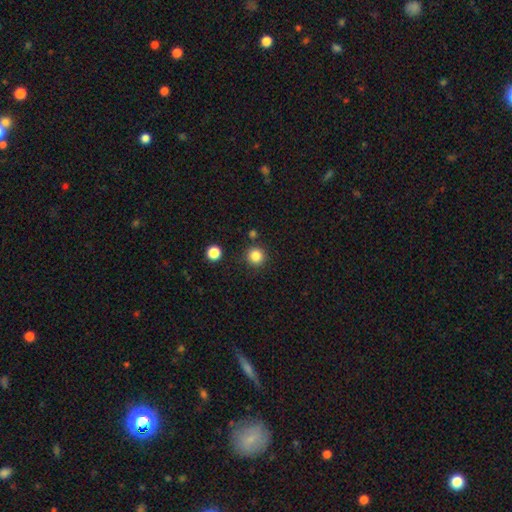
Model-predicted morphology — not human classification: Q: Smooth or featured?
A: smooth (84%); runner-up: star or artifact (12%)
Q: How rounded?
A: round (95%); runner-up: in between (4%)
Q: Merging?
A: none (88%); runner-up: minor disturbance (6%)